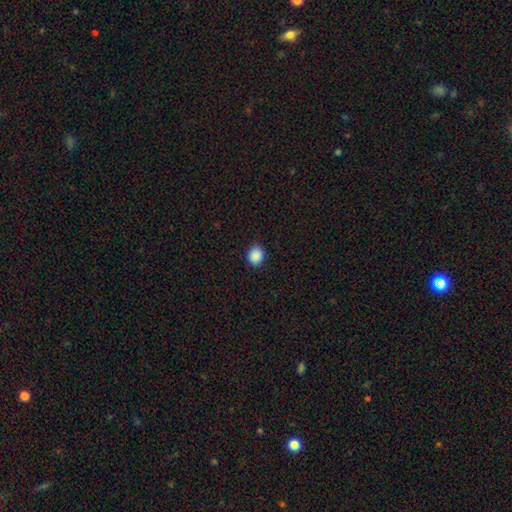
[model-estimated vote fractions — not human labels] Smooth or featured? smooth (89%)
How rounded? round (65%)
Merging? none (88%)